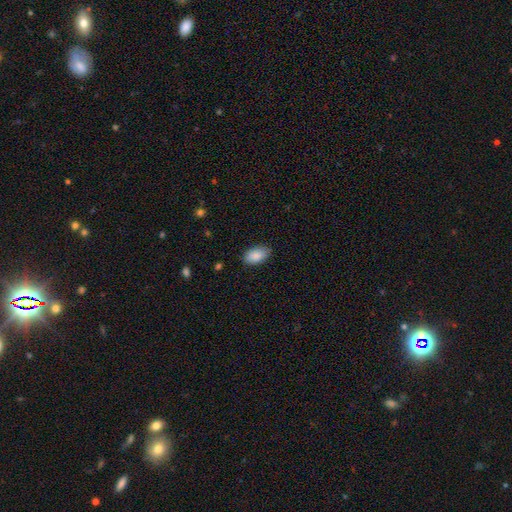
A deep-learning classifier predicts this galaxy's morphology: smooth 88%, star or artifact 6%, featured or disk 5%. Down the decision tree: how rounded — in between (94%); merging — none (85%).